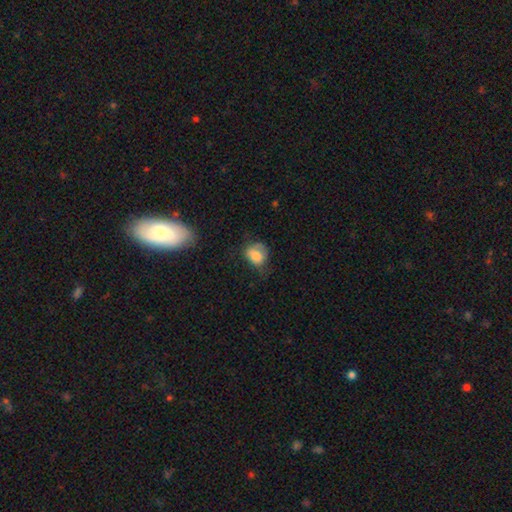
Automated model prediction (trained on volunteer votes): Smooth or featured? smooth (76%)
How rounded? round (50%)
Merging? none (38%)